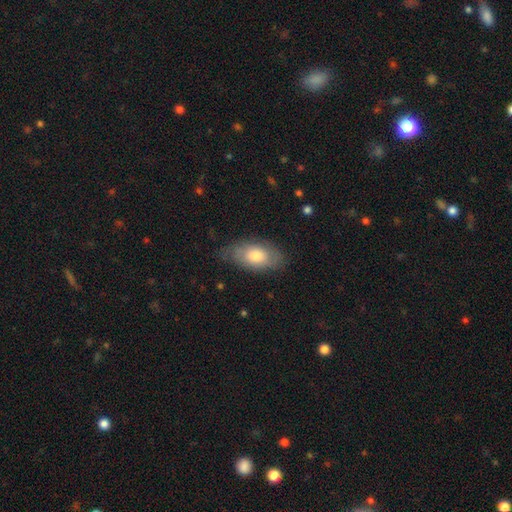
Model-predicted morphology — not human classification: Smooth or featured? smooth (62%)
How rounded? in between (92%)
Merging? none (68%)